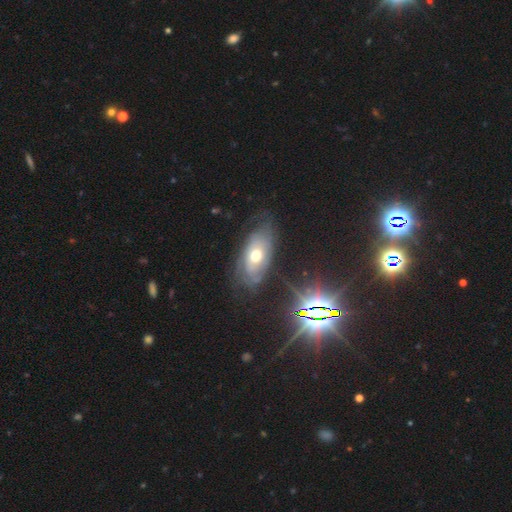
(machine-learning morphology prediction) Smooth or featured: featured or disk — 60% (smooth — 29%)
Edge-on disk: no — 88% (yes — 12%)
Bar: no — 83% (weak — 13%)
Spiral arms: yes — 64% (no — 36%)
Bulge size: moderate — 74% (large — 13%)
Merging: none — 65% (minor disturbance — 23%)